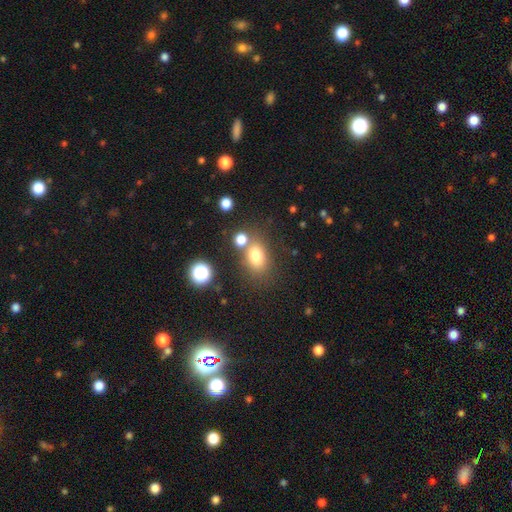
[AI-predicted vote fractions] A smooth galaxy with no disk features (76%) that is in between round and cigar-shaped (65%). Merging: none (64%).